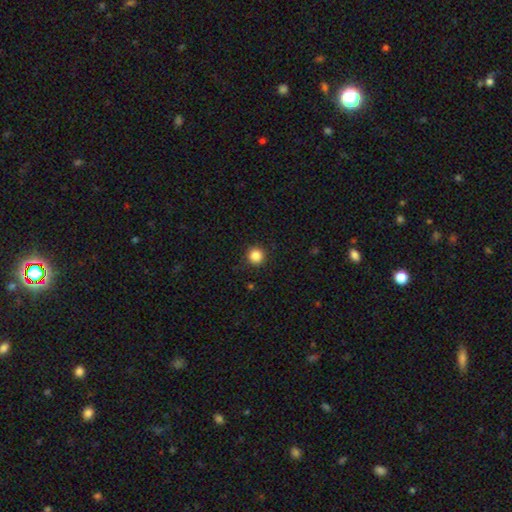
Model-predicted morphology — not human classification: type=smooth (85%); roundness=round (95%); merging=none (92%).